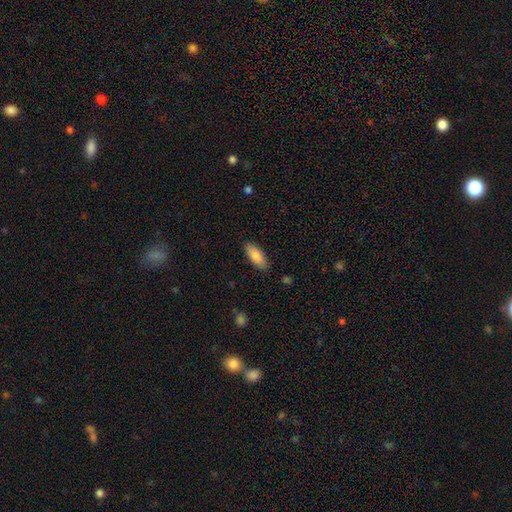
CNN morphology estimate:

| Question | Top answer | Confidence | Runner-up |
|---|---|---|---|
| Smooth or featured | smooth | 83% | featured or disk (11%) |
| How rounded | in between | 78% | cigar-shaped (20%) |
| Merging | none | 87% | minor disturbance (10%) |